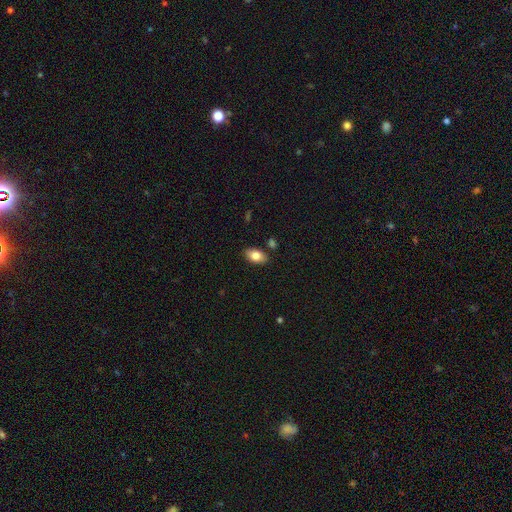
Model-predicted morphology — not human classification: Smooth or featured: smooth — 82% (featured or disk — 11%)
How rounded: in between — 92% (round — 7%)
Merging: none — 84% (minor disturbance — 10%)